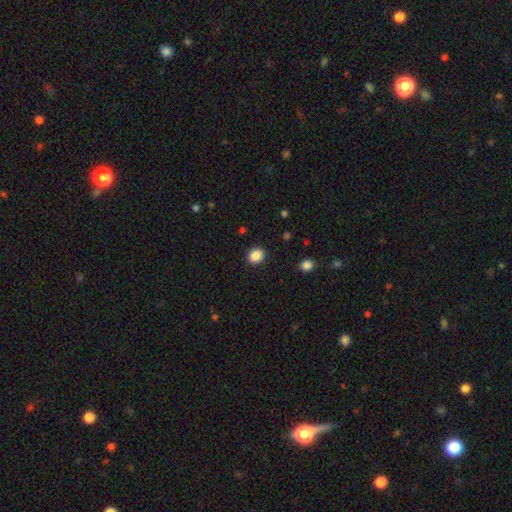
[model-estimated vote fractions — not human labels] The model was most divided on "how rounded": round: 62%, in between: 37%, cigar-shaped: 1%. More confident: merging — none (90%); smooth or featured — smooth (87%).